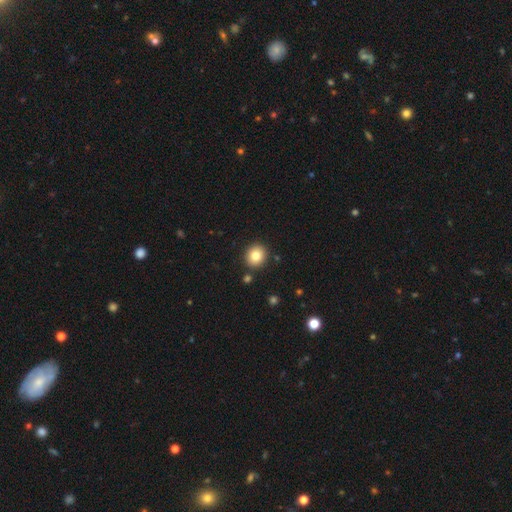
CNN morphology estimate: type=smooth (81%); roundness=round (82%); merging=none (88%).